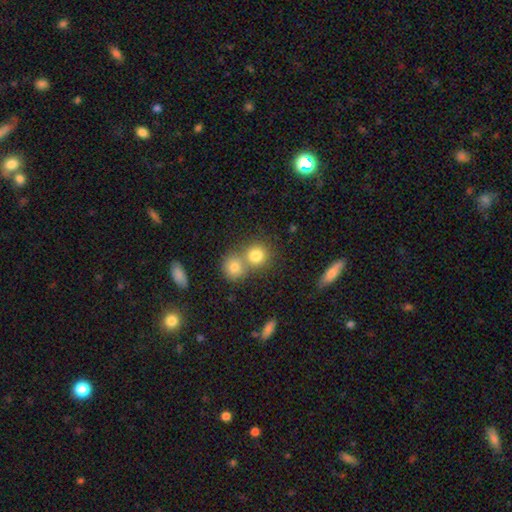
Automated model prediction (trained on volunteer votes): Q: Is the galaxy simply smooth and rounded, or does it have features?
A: smooth — 79%.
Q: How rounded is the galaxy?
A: round — 86%.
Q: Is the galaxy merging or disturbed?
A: none — 47%.